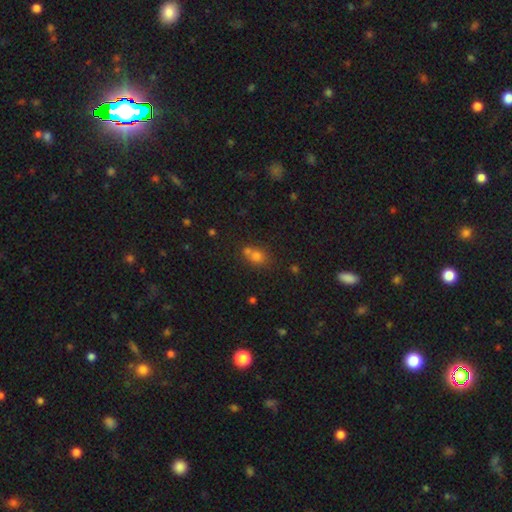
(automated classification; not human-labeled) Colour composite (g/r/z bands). It shows a smooth galaxy with no disk features (67%) that is round (62%). Merging: none (48%).